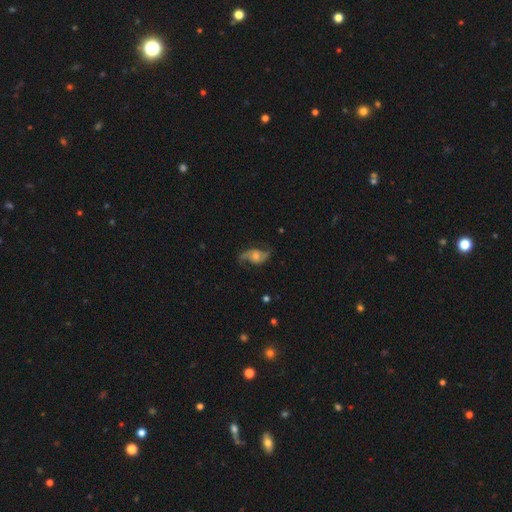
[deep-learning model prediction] A featured or disk galaxy (83%) with no bar (50%), 2 (92%) loose (61%) spiral arms (95%) and a moderate central bulge (46%).

Vote fractions:
- Smooth or featured? featured or disk: 83% / smooth: 10% / star or artifact: 7%
- Edge-on disk? no: 96% / yes: 4%
- Bar? no: 50% / weak: 40% / strong: 10%
- Spiral arms? yes: 95% / no: 5%
- Spiral winding? loose: 61% / medium: 32% / tight: 7%
- Spiral arm count? 2: 92% / can't tell: 3% / 1: 2% / 3: 1% / 4: 1% / more than 4: 1%
- Bulge size? moderate: 46% / small: 33% / large: 10% / none: 9% / dominant: 2%
- Merging? none: 74% / minor disturbance: 16% / major disturbance: 8% / merger: 2%